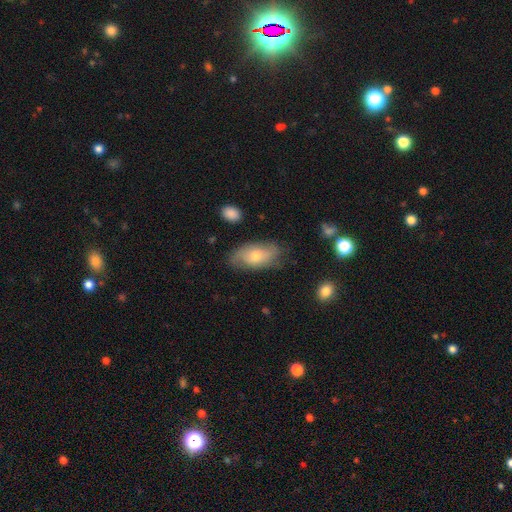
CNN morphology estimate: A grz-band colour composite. It shows a smooth galaxy with no disk features (54%) that is in between round and cigar-shaped (90%). Merging: none (70%).